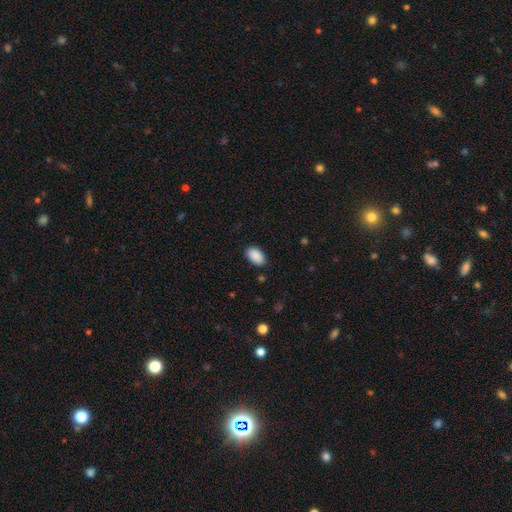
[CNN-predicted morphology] Q: Smooth or featured?
A: smooth (90%); runner-up: star or artifact (7%)
Q: How rounded?
A: in between (92%); runner-up: round (7%)
Q: Merging?
A: none (85%); runner-up: minor disturbance (11%)